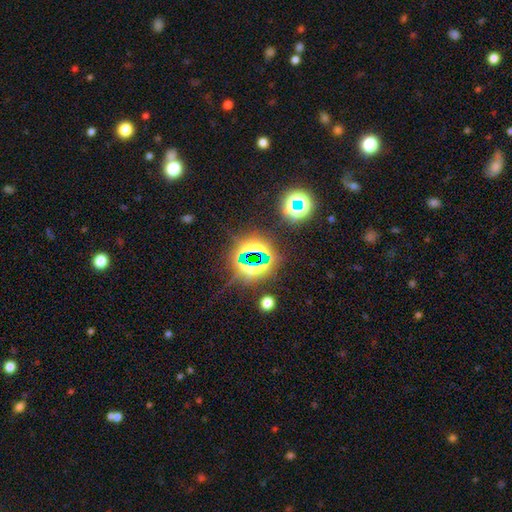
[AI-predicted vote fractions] smooth-or-featured: star or artifact: 75% | smooth: 14% | featured or disk: 11%